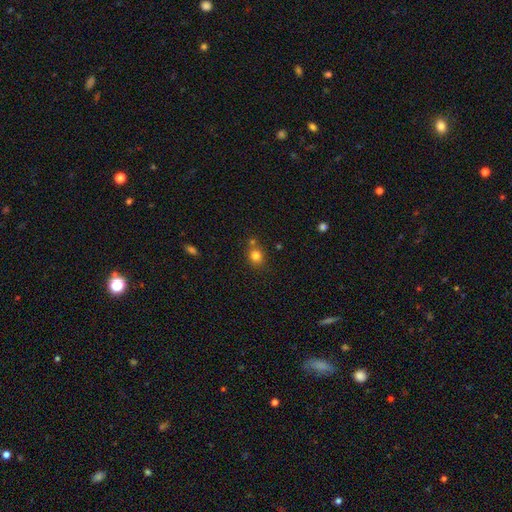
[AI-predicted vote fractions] This appears to be a smooth galaxy with no disk features (80%) that is round (79%). Merging: none (67%).